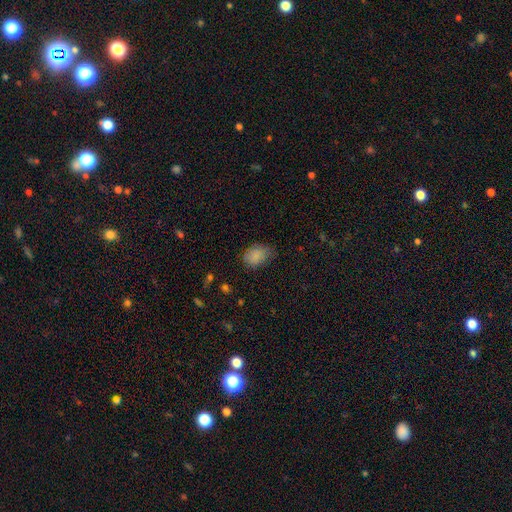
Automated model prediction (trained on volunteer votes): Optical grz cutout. It shows a smooth galaxy with no disk features (86%) that is in between round and cigar-shaped (81%). Merging: none (62%).